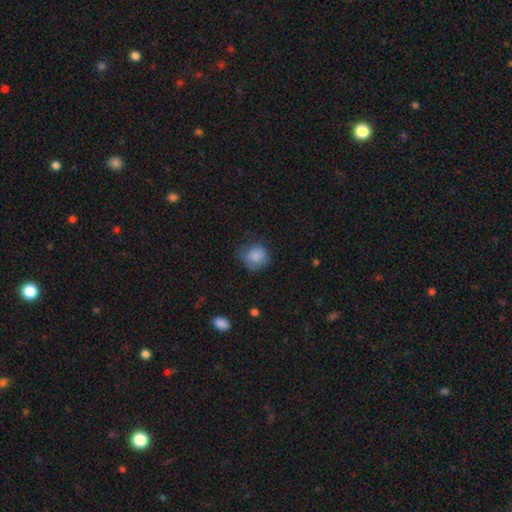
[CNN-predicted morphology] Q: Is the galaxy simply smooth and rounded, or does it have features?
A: smooth — 82%.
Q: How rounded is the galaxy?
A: round — 80%.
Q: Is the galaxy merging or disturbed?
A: none — 59%.